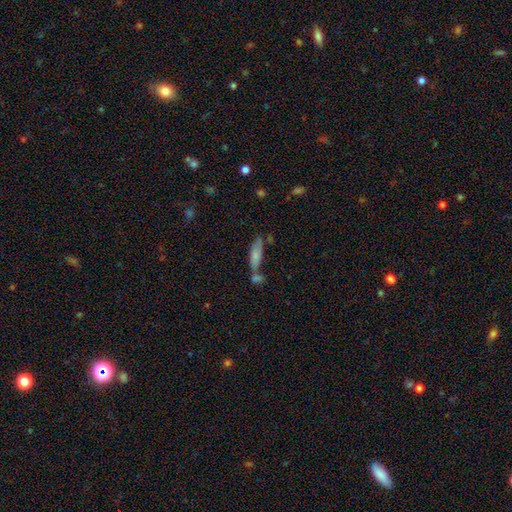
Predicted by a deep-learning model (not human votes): This appears to be a smooth galaxy with no disk features (72%) that is cigar-shaped (57%). Merging: none (46%).